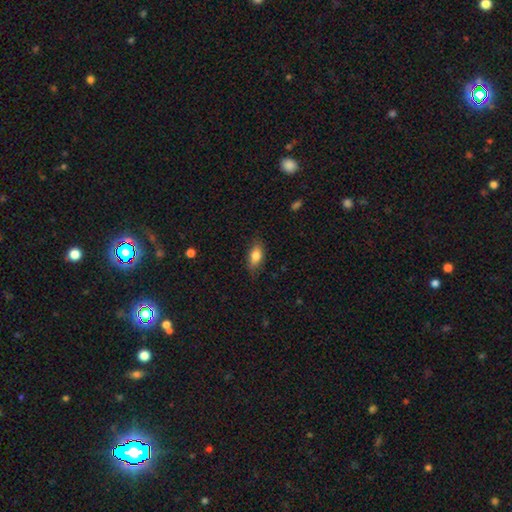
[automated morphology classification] Smooth or featured? Predicted: smooth (p=0.81). How rounded? Predicted: in between (p=0.84). Merging? Predicted: none (p=0.80).